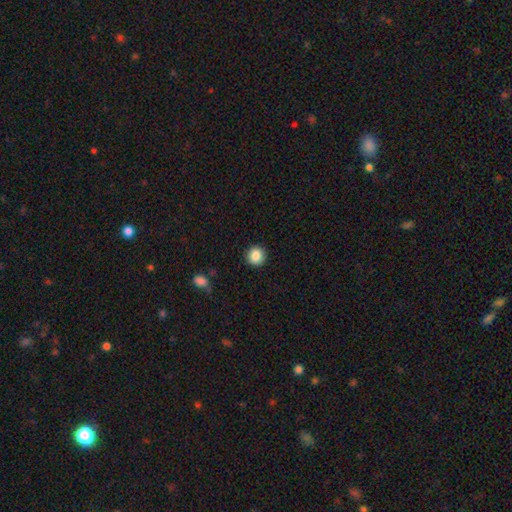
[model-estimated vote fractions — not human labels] Overall: smooth (87%). How rounded: round (92%). Merging: none (90%).